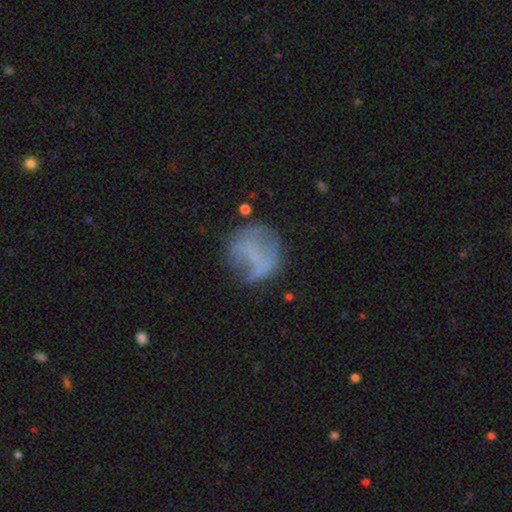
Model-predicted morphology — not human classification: Overall: smooth (44%; featured or disk 43%). Merging: none (56%; minor disturbance 22%).